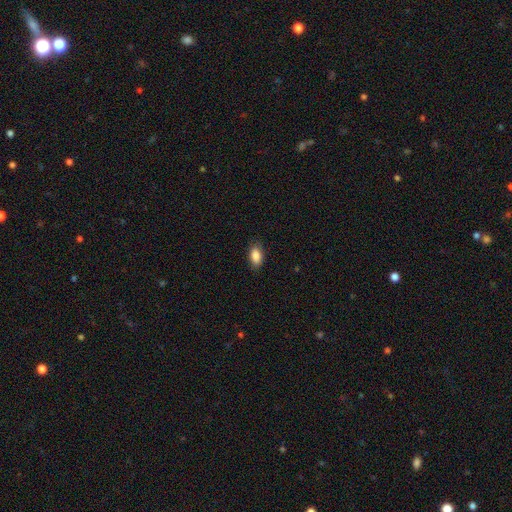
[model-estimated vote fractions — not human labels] Smooth or featured?
  - smooth: 88% *
  - star or artifact: 7%
  - featured or disk: 5%
How rounded?
  - in between: 91% *
  - round: 5%
  - cigar-shaped: 4%
Merging?
  - none: 83% *
  - minor disturbance: 13%
  - major disturbance: 3%
  - merger: 1%